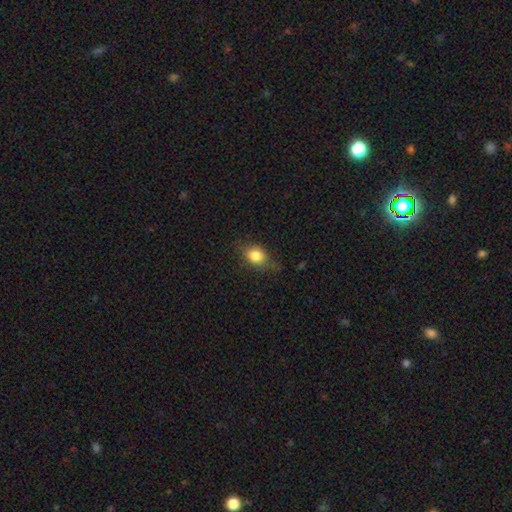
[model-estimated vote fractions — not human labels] The model was most divided on "how rounded": in between: 59%, round: 38%, cigar-shaped: 3%. More confident: smooth or featured — smooth (79%); merging — none (64%).